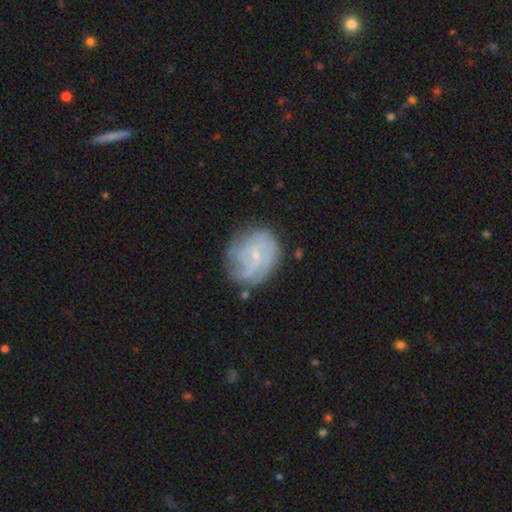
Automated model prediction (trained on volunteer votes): Morphology: type=featured or disk (72%); edge-on=no (98%); bar=no (57%); spiral arms=yes (88%); winding=tight (51%); arm count=can't tell (39%); bulge=small (78%); merging=none (68%).